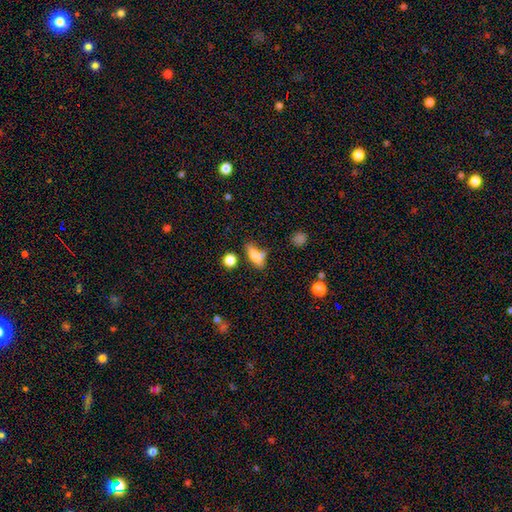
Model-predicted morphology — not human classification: This appears to be a smooth galaxy with no disk features (70%) that is in between round and cigar-shaped (60%). Merging: none (51%).